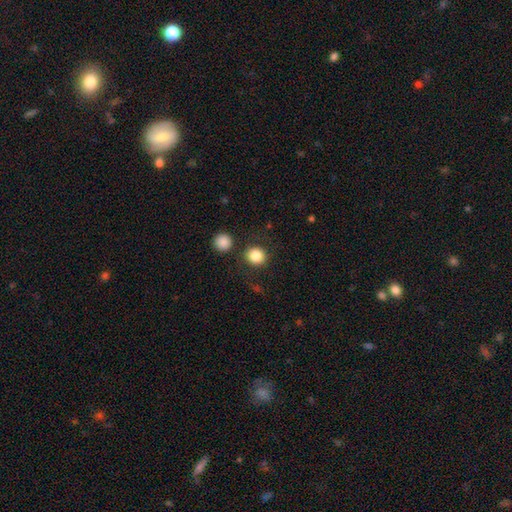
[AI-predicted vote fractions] Smooth or featured: smooth — 85% (star or artifact — 10%)
How rounded: round — 87% (in between — 12%)
Merging: none — 82% (minor disturbance — 8%)